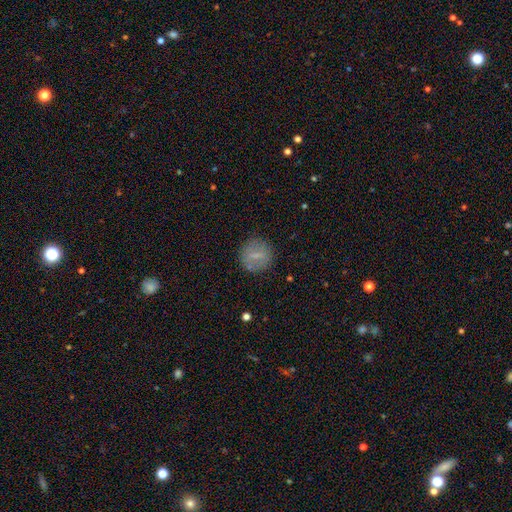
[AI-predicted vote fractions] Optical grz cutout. It shows a smooth galaxy with no disk features (65%) that is round (86%). Merging: none (84%).